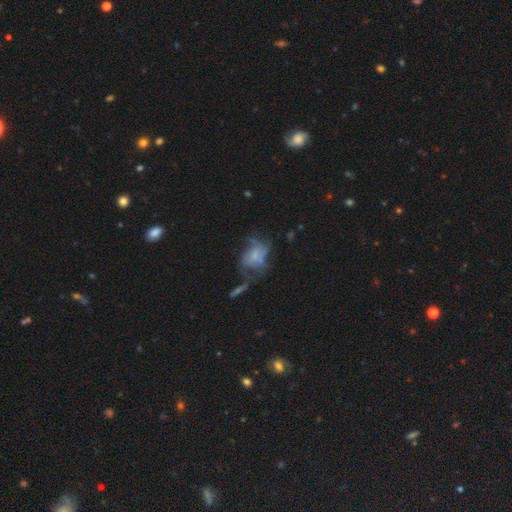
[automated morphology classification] This is possibly a featured or disk galaxy (47%). Merging: marginally major disturbance (37%).